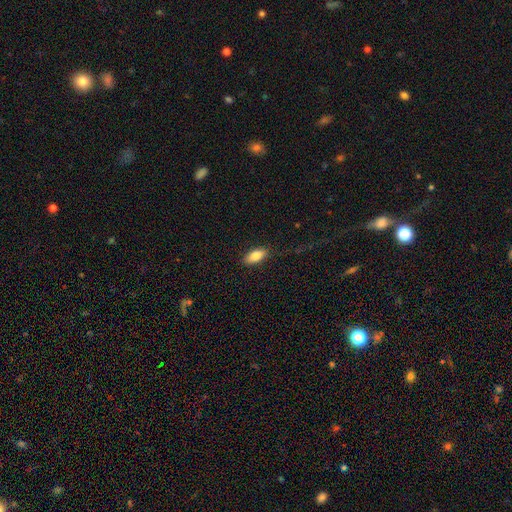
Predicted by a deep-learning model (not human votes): smooth 83%, featured or disk 10%, star or artifact 7%. Down the decision tree: how rounded — in between (85%); merging — none (85%).